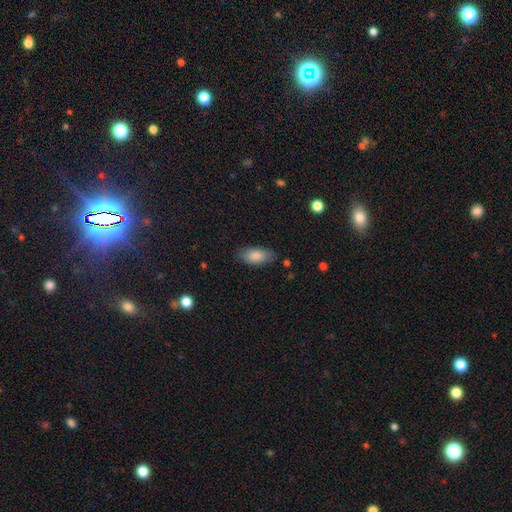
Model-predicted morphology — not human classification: smooth_or_featured: smooth (p=0.86) [alt: featured or disk p=0.08]
how_rounded: in between (p=0.89) [alt: cigar-shaped p=0.08]
merging: none (p=0.81) [alt: minor disturbance p=0.14]